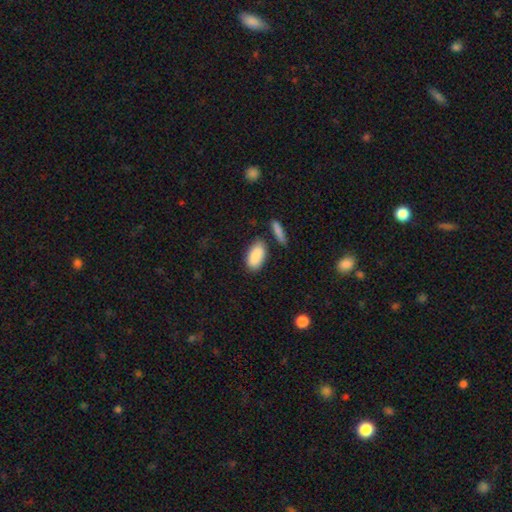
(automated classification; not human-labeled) Q: Smooth or featured?
A: smooth (88%); runner-up: featured or disk (6%)
Q: How rounded?
A: in between (92%); runner-up: cigar-shaped (4%)
Q: Merging?
A: none (74%); runner-up: minor disturbance (14%)